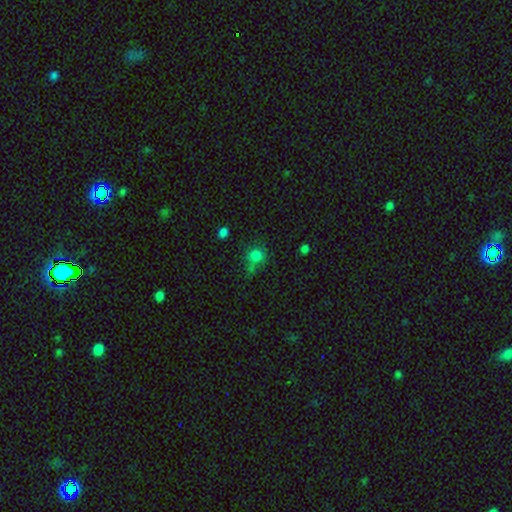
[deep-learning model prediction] Smooth or featured?
  - smooth: 77% *
  - star or artifact: 16%
  - featured or disk: 7%
How rounded?
  - round: 81% *
  - in between: 18%
  - cigar-shaped: 1%
Merging?
  - none: 57% *
  - merger: 18%
  - minor disturbance: 17%
  - major disturbance: 8%